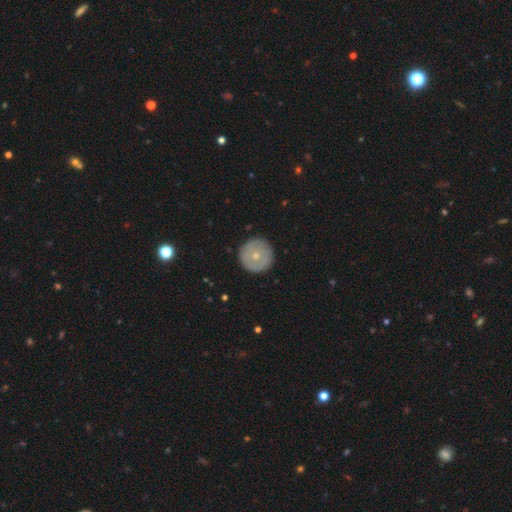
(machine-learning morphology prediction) smooth-or-featured: smooth: 57% | featured or disk: 37% | star or artifact: 6%
  how-rounded: round: 96% | in between: 3% | cigar-shaped: 1%
  merging: none: 90% | minor disturbance: 7% | major disturbance: 2% | merger: 1%